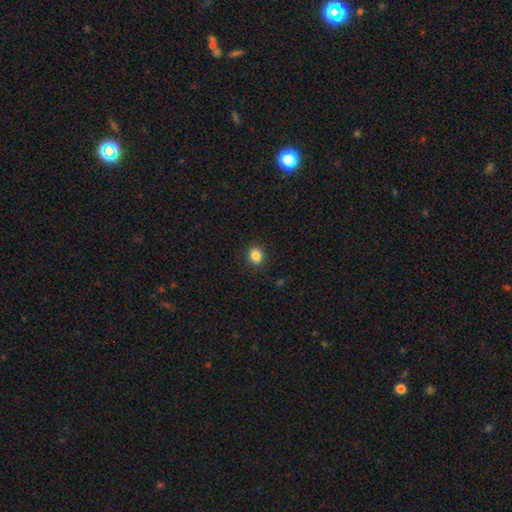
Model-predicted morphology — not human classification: Q: Smooth or featured?
A: smooth (85%); runner-up: star or artifact (11%)
Q: How rounded?
A: round (75%); runner-up: in between (24%)
Q: Merging?
A: none (90%); runner-up: minor disturbance (7%)